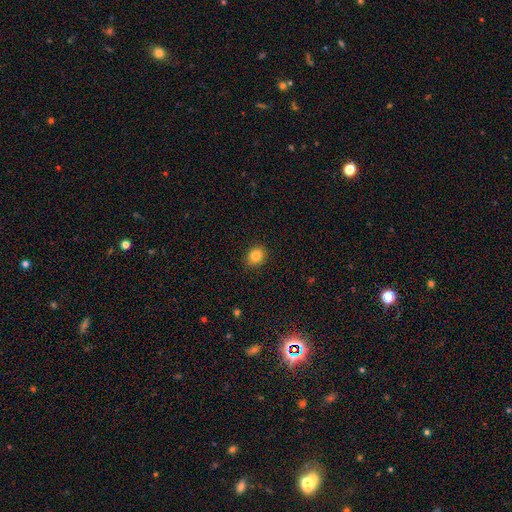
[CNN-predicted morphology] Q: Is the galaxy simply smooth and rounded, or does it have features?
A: smooth — 83%.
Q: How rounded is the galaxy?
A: round — 61%.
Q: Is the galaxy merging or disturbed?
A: none — 90%.